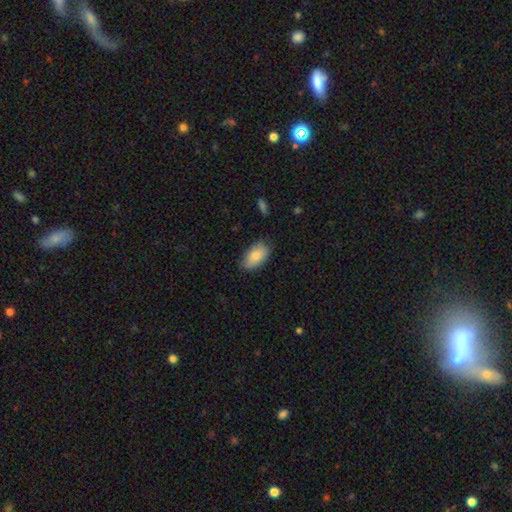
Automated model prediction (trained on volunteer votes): Overall: smooth (83%). How rounded: in between (93%). Merging: none (74%).